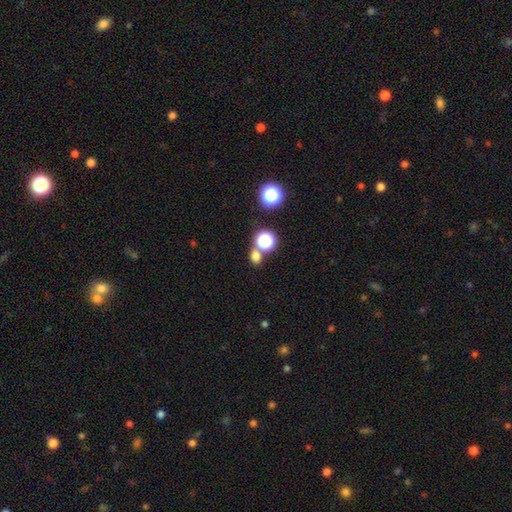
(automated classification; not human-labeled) Smooth or featured: smooth — 70% (star or artifact — 23%)
How rounded: round — 65% (in between — 34%)
Merging: none — 62% (merger — 26%)